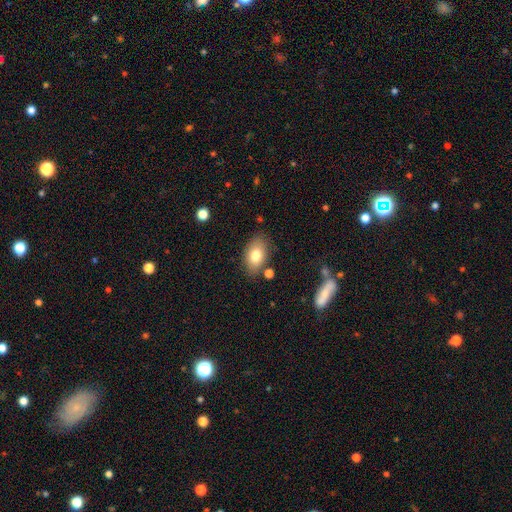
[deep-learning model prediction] The model was most divided on "smooth or featured": smooth: 77%, featured or disk: 15%, star or artifact: 8%. More confident: how rounded — in between (89%); merging — none (78%).